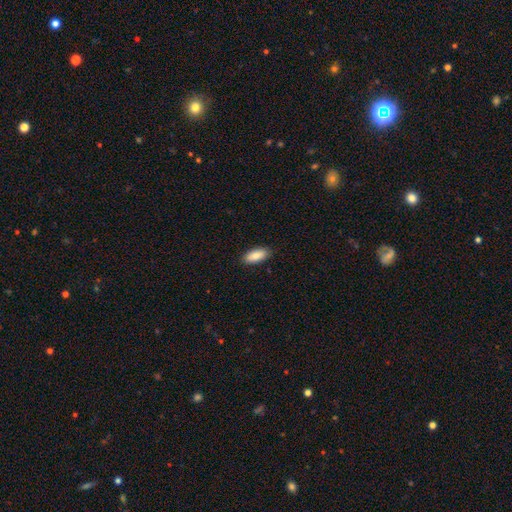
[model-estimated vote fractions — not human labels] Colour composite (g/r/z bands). It shows a smooth galaxy with no disk features (88%) that is in between round and cigar-shaped (87%). Merging: none (89%).